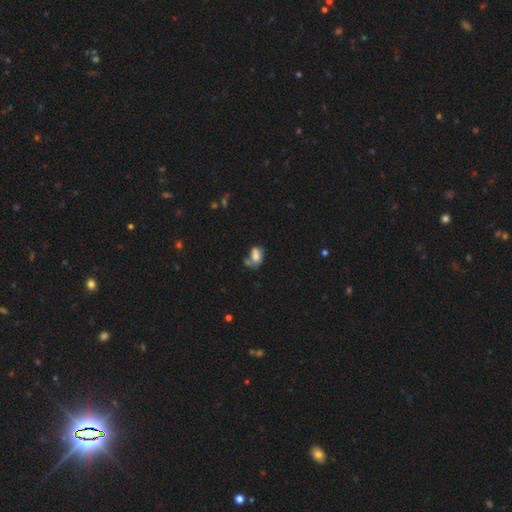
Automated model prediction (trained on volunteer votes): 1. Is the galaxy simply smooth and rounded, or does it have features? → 65% smooth, 23% featured or disk, 12% star or artifact.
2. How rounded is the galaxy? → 82% in between, 16% round, 2% cigar-shaped.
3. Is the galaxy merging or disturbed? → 31% merger, 30% none, 21% minor disturbance, 17% major disturbance.